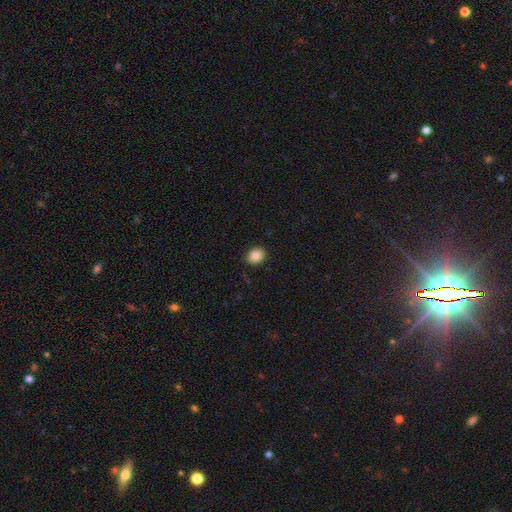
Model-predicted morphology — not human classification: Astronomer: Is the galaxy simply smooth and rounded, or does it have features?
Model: smooth — 87%.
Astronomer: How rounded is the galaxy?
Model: round — 56% (runner-up: in between, 43%).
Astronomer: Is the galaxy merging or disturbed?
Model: none — 87%.